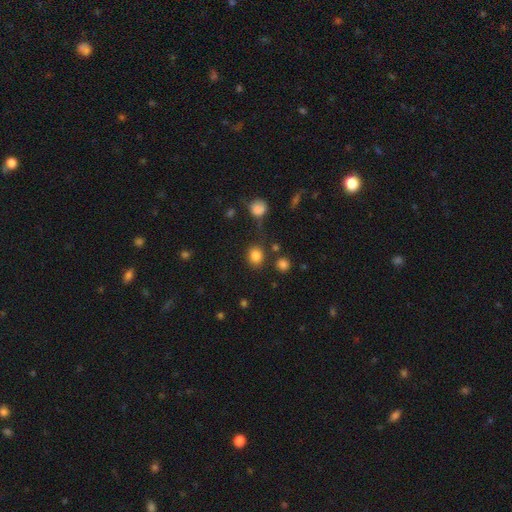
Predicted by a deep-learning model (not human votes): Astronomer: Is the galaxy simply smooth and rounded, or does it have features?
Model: smooth — 83%.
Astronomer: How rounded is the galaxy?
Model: round — 68%.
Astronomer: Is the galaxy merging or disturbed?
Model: none — 78%.